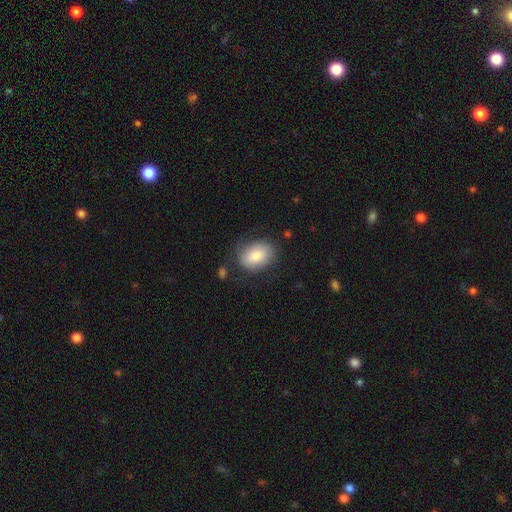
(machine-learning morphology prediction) type=smooth (79%); roundness=in between (77%); merging=none (72%).